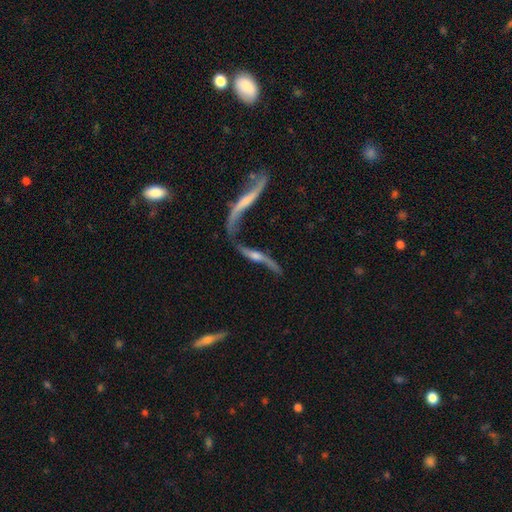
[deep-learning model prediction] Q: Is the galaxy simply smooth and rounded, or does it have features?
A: featured or disk — 79%.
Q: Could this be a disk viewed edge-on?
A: no — 51%.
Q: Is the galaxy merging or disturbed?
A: none — 35%.